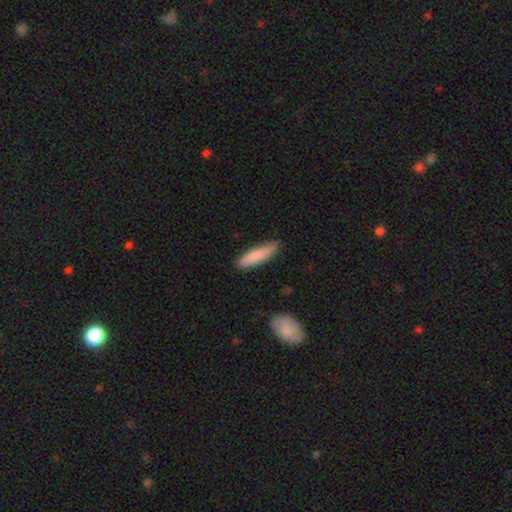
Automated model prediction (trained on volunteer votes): smooth_or_featured: smooth (p=0.84) [alt: featured or disk p=0.10]
how_rounded: cigar-shaped (p=0.74) [alt: in between p=0.24]
merging: none (p=0.83) [alt: minor disturbance p=0.14]